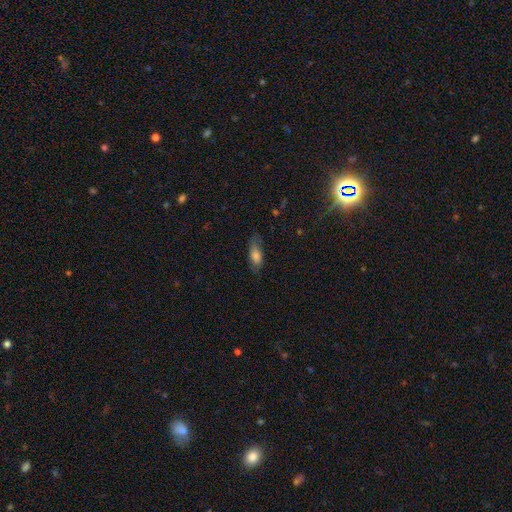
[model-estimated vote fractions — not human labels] A smooth galaxy with no disk features (73%) that is in between round and cigar-shaped (74%).

Vote fractions:
- Smooth or featured? smooth: 73% / featured or disk: 19% / star or artifact: 8%
- How rounded? in between: 74% / cigar-shaped: 23% / round: 3%
- Merging? none: 66% / minor disturbance: 24% / major disturbance: 8% / merger: 1%